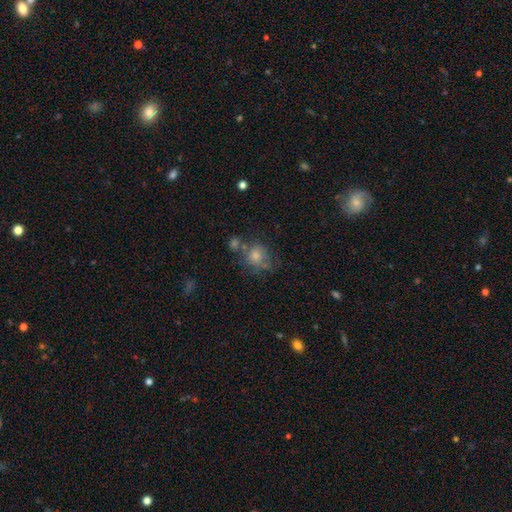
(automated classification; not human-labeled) The model was most divided on "smooth or featured": smooth: 57%, star or artifact: 22%, featured or disk: 21%. More confident: how rounded — round (80%); merging — none (59%).